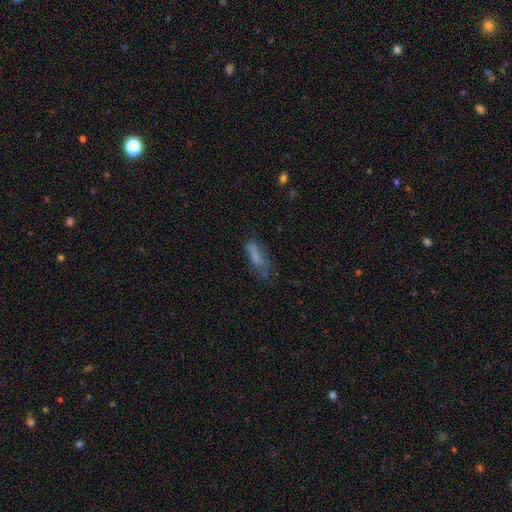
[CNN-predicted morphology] A smooth galaxy with no disk features (66%) that is cigar-shaped (54%). Merging: none (46%).